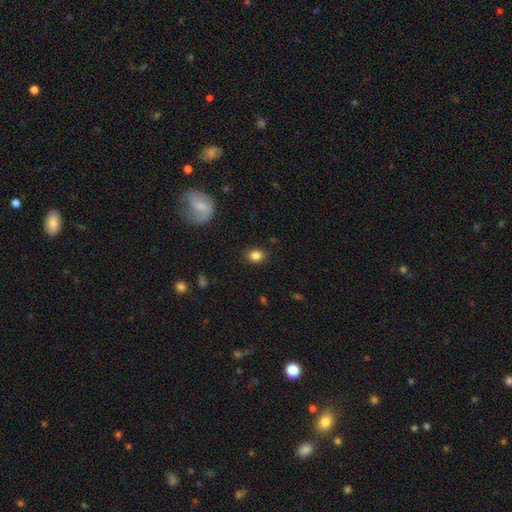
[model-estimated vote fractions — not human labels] Q: Smooth or featured?
A: smooth (84%); runner-up: star or artifact (10%)
Q: How rounded?
A: in between (52%); runner-up: round (47%)
Q: Merging?
A: none (86%); runner-up: minor disturbance (10%)